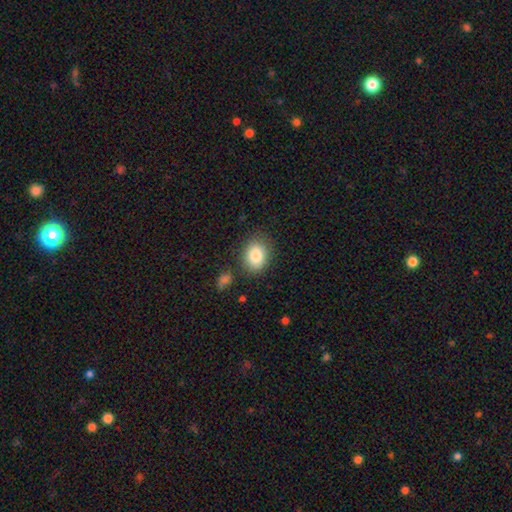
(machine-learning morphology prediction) This appears to be a smooth galaxy with no disk features (84%) that is in between round and cigar-shaped (69%). Merging: none (81%).